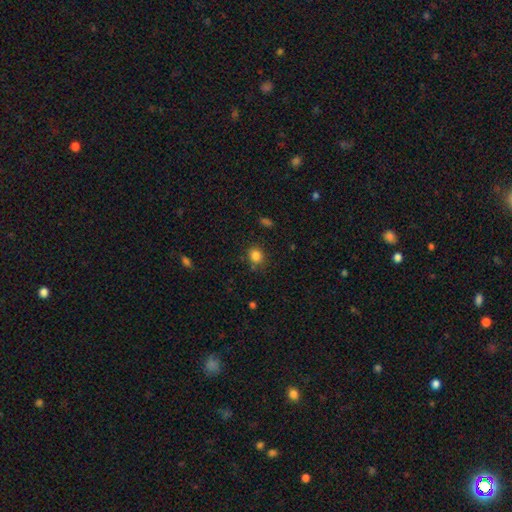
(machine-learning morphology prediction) smooth_or_featured: smooth (p=0.83) [alt: star or artifact p=0.12]
how_rounded: round (p=0.72) [alt: in between p=0.27]
merging: none (p=0.77) [alt: minor disturbance p=0.15]